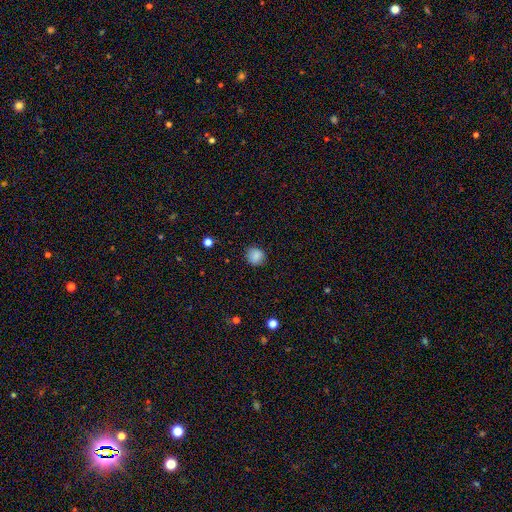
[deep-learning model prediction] Smooth or featured? Predicted: smooth (p=0.87). How rounded? Predicted: round (p=0.88). Merging? Predicted: none (p=0.88).